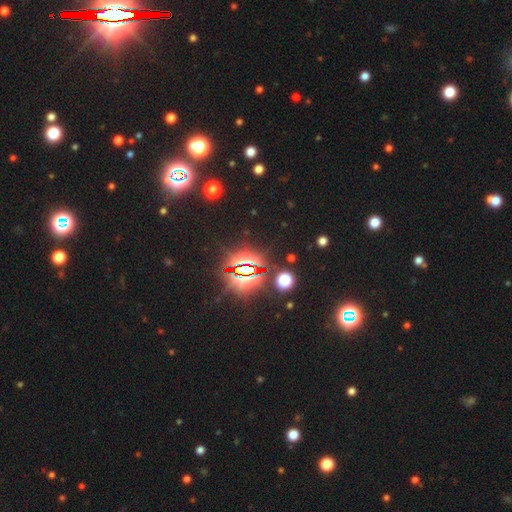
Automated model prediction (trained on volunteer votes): Q: Smooth or featured?
A: star or artifact (84%); runner-up: smooth (10%)